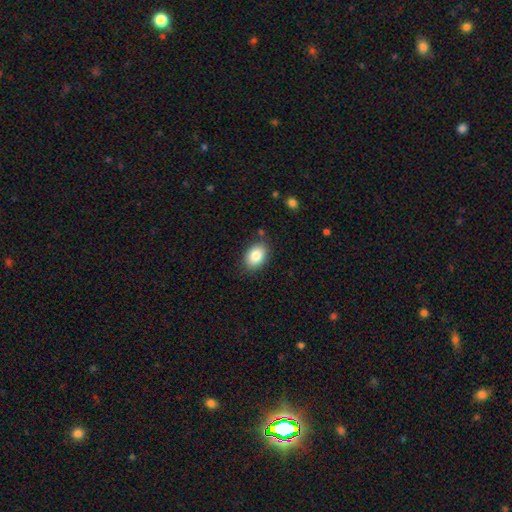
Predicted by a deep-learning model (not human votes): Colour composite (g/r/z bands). It shows a smooth galaxy with no disk features (84%) that is in between round and cigar-shaped (80%). Merging: none (84%).